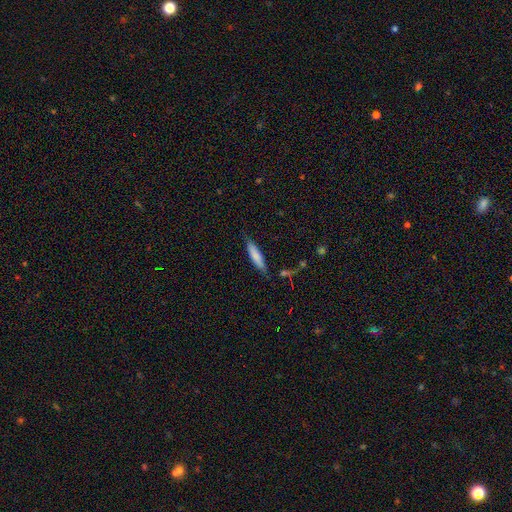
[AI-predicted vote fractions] This appears to be a smooth galaxy with no disk features (75%) that is cigar-shaped (76%). Merging: none (77%).